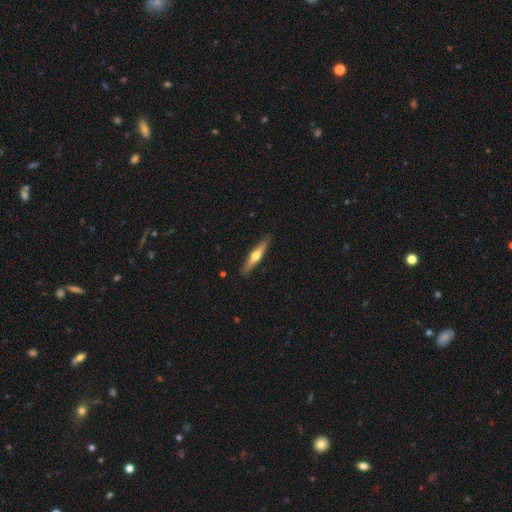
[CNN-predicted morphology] smooth_or_featured: featured or disk (p=0.54) [alt: smooth p=0.40]
disk_edge_on: yes (p=0.94) [alt: no p=0.06]
edge_on_bulge: rounded (p=0.92) [alt: none p=0.06]
merging: none (p=0.89) [alt: minor disturbance p=0.09]